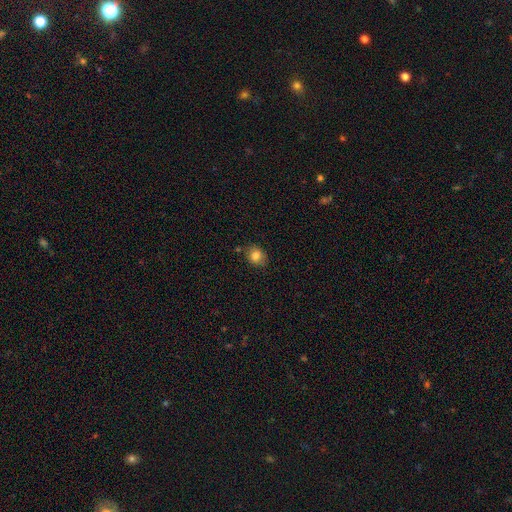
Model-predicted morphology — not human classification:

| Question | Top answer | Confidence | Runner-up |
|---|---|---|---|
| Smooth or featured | smooth | 82% | star or artifact (11%) |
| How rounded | round | 65% | in between (35%) |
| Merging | none | 81% | minor disturbance (13%) |